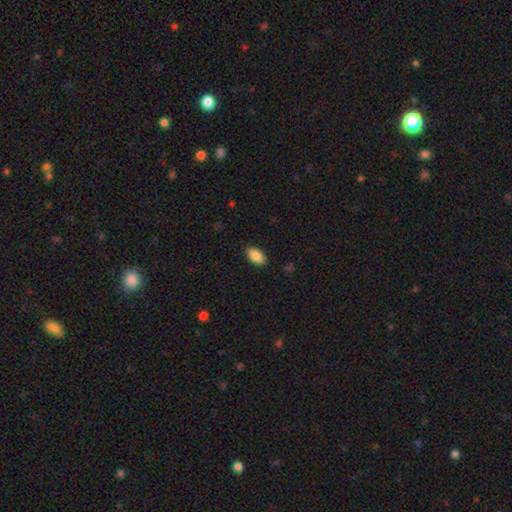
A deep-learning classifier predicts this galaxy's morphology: Overall: smooth (88%). How rounded: in between (94%). Merging: none (88%).